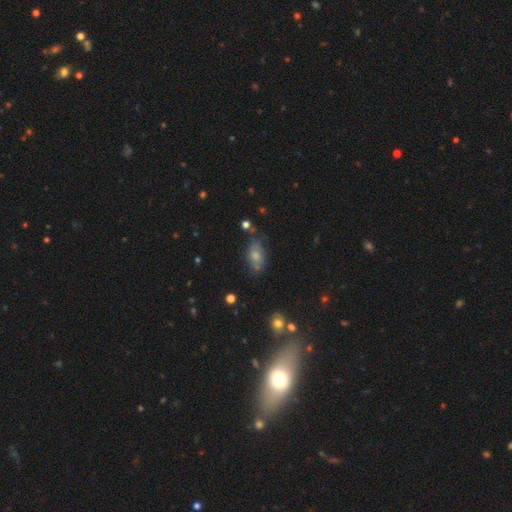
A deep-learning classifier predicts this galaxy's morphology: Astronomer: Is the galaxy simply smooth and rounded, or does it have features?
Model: smooth — 66%.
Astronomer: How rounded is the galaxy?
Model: in between — 89%.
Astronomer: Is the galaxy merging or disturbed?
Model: none — 60%.